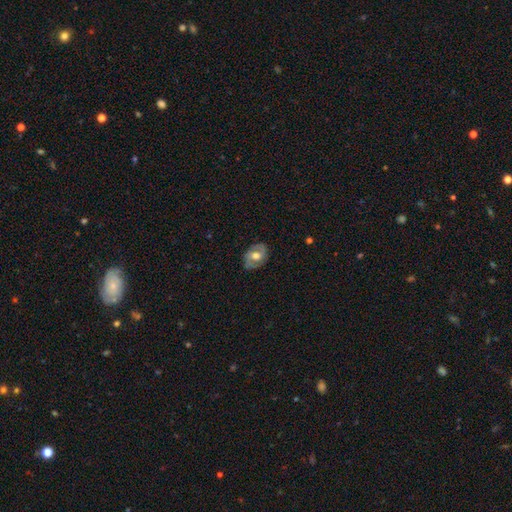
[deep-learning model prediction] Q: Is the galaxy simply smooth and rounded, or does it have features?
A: featured or disk — 58%.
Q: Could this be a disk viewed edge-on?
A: no — 95%.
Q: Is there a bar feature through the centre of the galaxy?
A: no — 49%.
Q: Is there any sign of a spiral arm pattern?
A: yes — 64%.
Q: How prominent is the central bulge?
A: moderate — 66%.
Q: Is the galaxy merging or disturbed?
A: none — 77%.